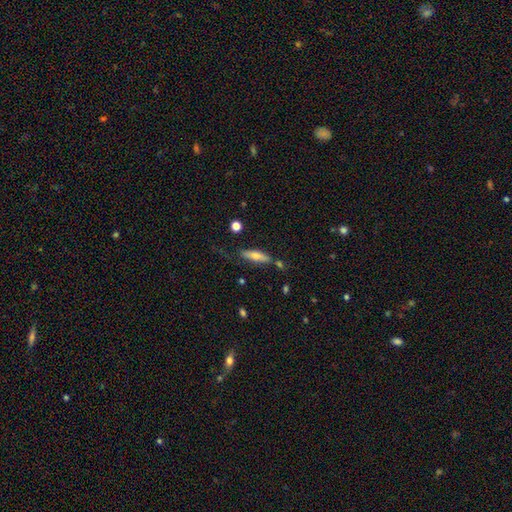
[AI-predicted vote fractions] smooth_or_featured: smooth (p=0.50) [alt: featured or disk p=0.42]
how_rounded: cigar-shaped (p=0.67) [alt: in between p=0.30]
merging: none (p=0.66) [alt: minor disturbance p=0.22]